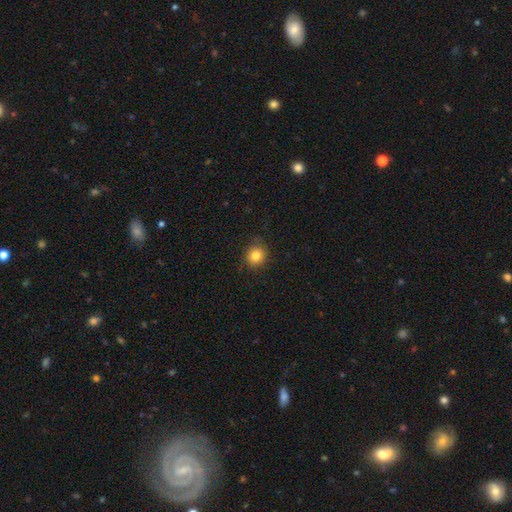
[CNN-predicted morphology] smooth 84%, star or artifact 11%, featured or disk 6%. Down the decision tree: how rounded — round (84%); merging — none (84%).